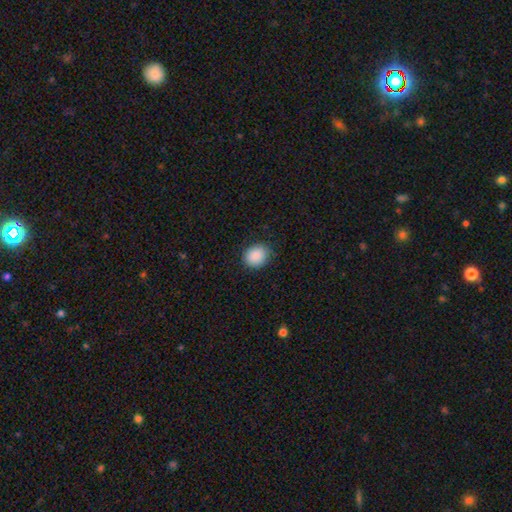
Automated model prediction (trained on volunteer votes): smooth_or_featured: smooth (p=0.89) [alt: star or artifact p=0.08]
how_rounded: round (p=0.67) [alt: in between p=0.32]
merging: none (p=0.85) [alt: minor disturbance p=0.11]